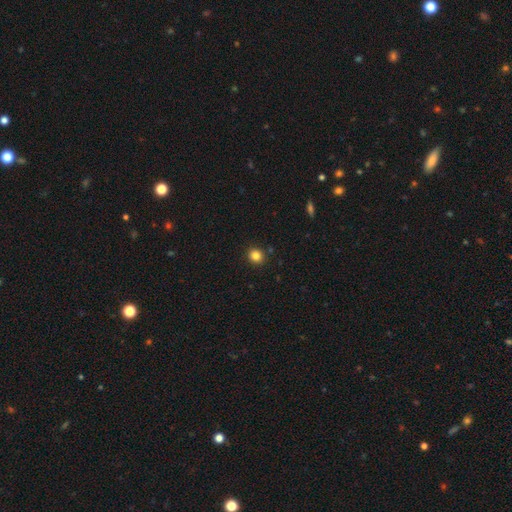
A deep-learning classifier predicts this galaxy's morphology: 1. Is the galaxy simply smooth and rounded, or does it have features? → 83% smooth, 12% star or artifact, 5% featured or disk.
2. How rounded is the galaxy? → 84% round, 15% in between, 1% cigar-shaped.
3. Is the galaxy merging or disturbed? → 91% none, 6% minor disturbance, 2% major disturbance, 2% merger.